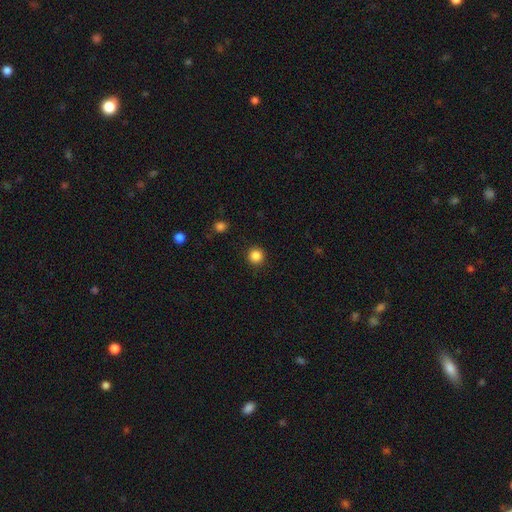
Smooth or featured? smooth (87%)
How rounded? round (94%)
Merging? none (89%)